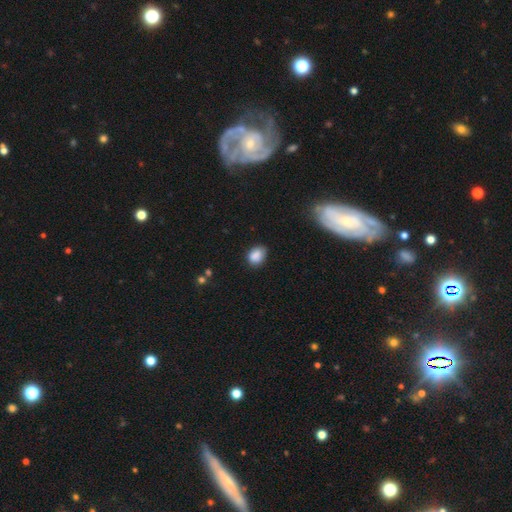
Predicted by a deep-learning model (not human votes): Smooth or featured? Predicted: smooth (p=0.84). How rounded? Predicted: in between (p=0.66). Merging? Predicted: none (p=0.67).